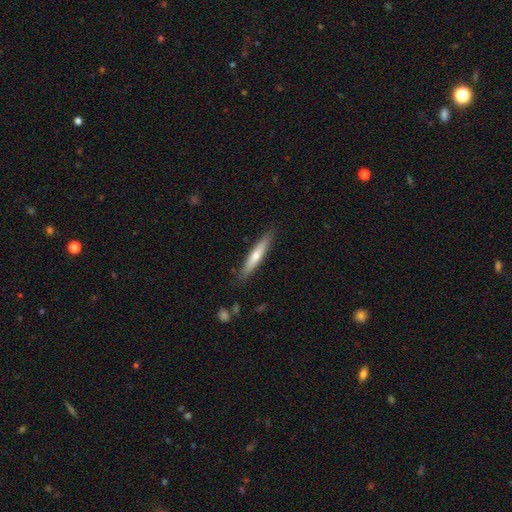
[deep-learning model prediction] This is possibly a smooth galaxy (52%). How rounded: clearly cigar-shaped (91%). Merging: clearly none (88%).